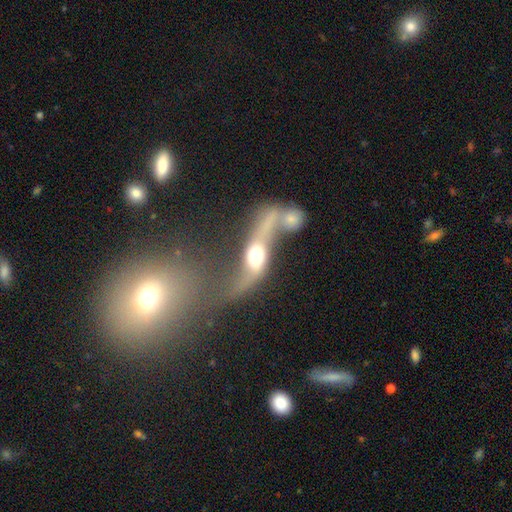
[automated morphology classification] smooth-or-featured: featured or disk: 56% | smooth: 34% | star or artifact: 10%
  disk-edge-on: no: 71% | yes: 29%
  merging: merger: 54% | major disturbance: 20% | none: 17% | minor disturbance: 9%